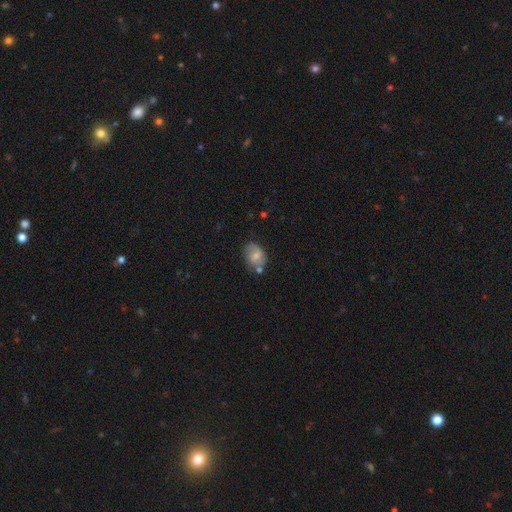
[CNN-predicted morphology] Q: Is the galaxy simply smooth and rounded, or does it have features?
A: smooth — 55%.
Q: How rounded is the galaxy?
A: in between — 68%.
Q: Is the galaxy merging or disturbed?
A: none — 57%.